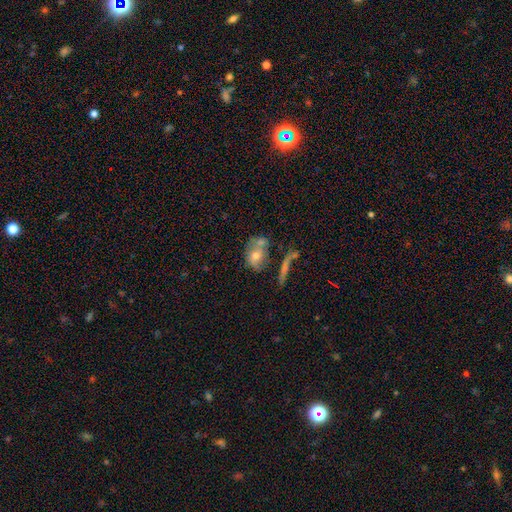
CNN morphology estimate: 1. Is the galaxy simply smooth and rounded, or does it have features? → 56% smooth, 34% featured or disk, 9% star or artifact.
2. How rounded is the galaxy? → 63% in between, 34% round, 4% cigar-shaped.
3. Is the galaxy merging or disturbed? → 38% none, 35% merger, 16% minor disturbance, 11% major disturbance.